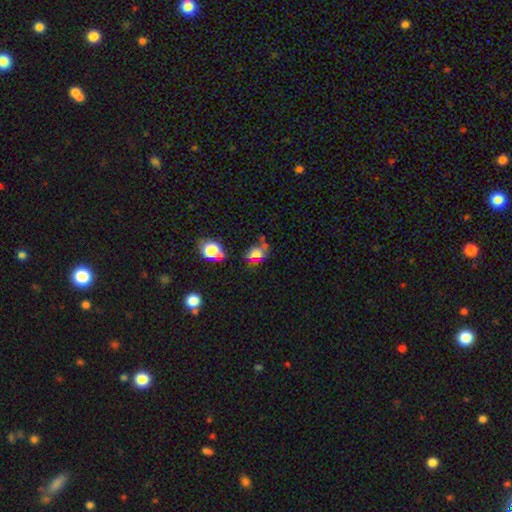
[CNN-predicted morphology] A smooth galaxy with no disk features (59%) that is in between round and cigar-shaped (58%).

Vote fractions:
- Smooth or featured? smooth: 59% / star or artifact: 25% / featured or disk: 16%
- How rounded? in between: 58% / round: 41% / cigar-shaped: 2%
- Merging? none: 52% / minor disturbance: 21% / merger: 15% / major disturbance: 11%